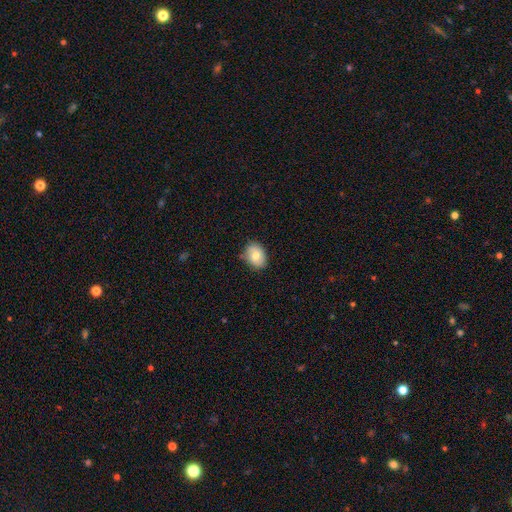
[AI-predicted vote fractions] Smooth or featured? Predicted: smooth (p=0.72). How rounded? Predicted: in between (p=0.63). Merging? Predicted: none (p=0.77).